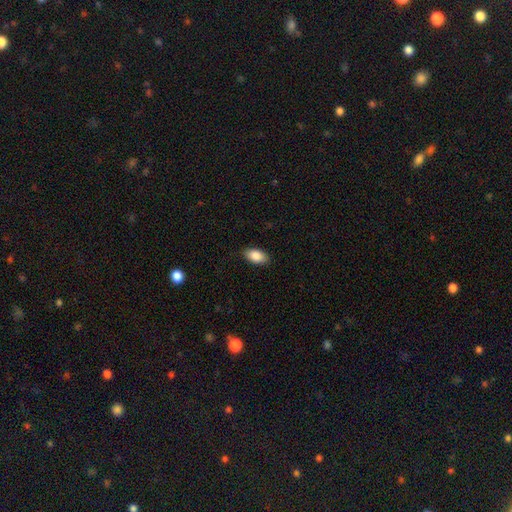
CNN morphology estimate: This appears to be a smooth galaxy with no disk features (88%) that is in between round and cigar-shaped (93%). Merging: none (87%).